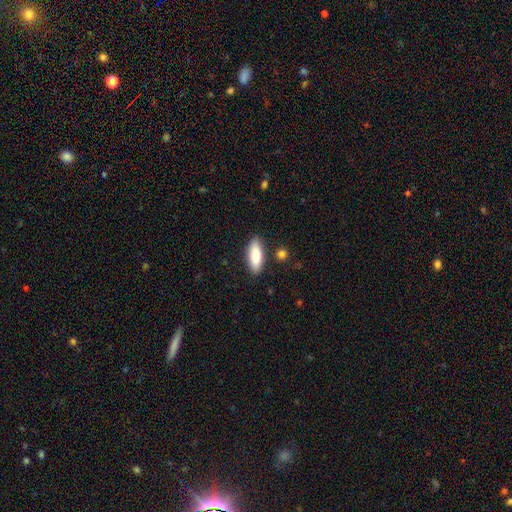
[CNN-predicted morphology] smooth 83%, featured or disk 11%, star or artifact 6%. Down the decision tree: how rounded — in between (66%); merging — none (85%).